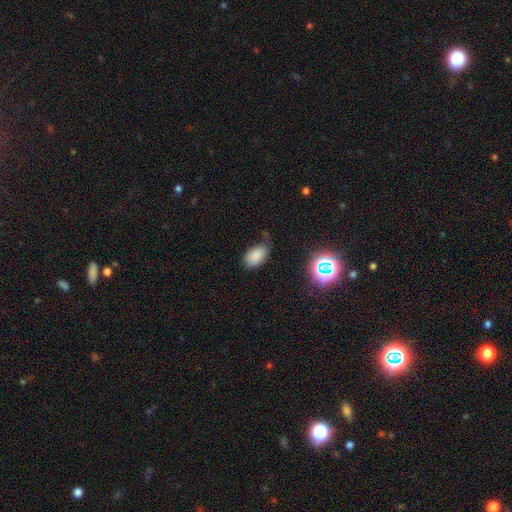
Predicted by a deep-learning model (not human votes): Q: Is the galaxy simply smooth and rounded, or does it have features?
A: smooth — 81%.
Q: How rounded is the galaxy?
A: in between — 92%.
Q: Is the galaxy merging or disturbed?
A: none — 60%.